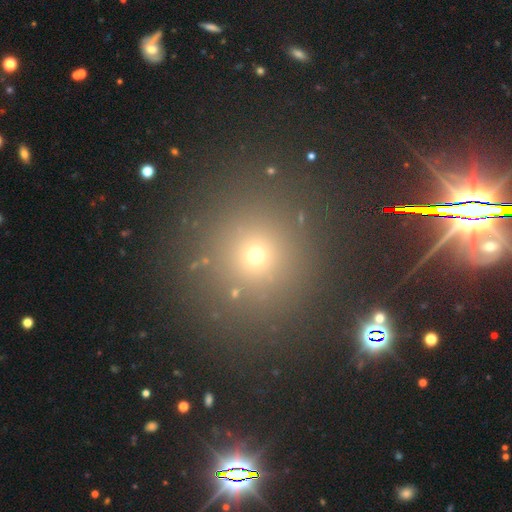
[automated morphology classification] A smooth galaxy with no disk features (54%) that is round (91%). Merging: none (87%).